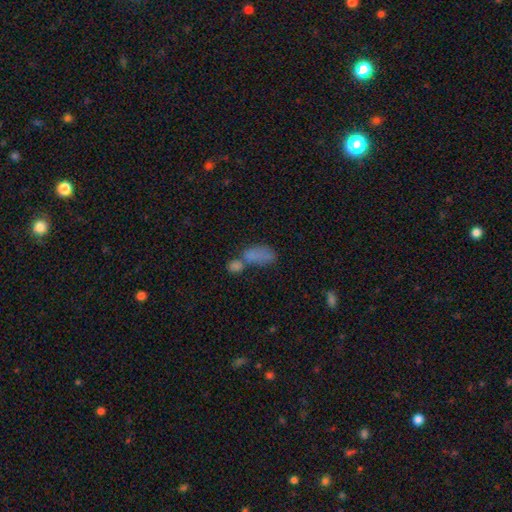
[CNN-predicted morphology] smooth-or-featured: smooth: 70% | featured or disk: 15% | star or artifact: 15%
  how-rounded: in between: 82% | cigar-shaped: 10% | round: 8%
  merging: merger: 56% | none: 22% | major disturbance: 11% | minor disturbance: 11%